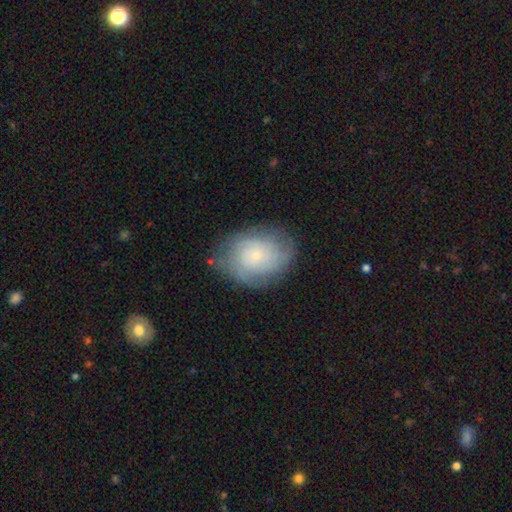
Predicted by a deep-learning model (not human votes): The model was most divided on "spiral arm count": can't tell: 46%, 2: 19%, 3: 15%, 4: 10%, more than 4: 5%, 1: 5%. More confident: edge-on disk — no (97%); spiral arms — yes (87%); bar — no (79%); bulge size — small (78%); merging — none (70%); smooth or featured — featured or disk (65%); spiral winding — tight (64%).